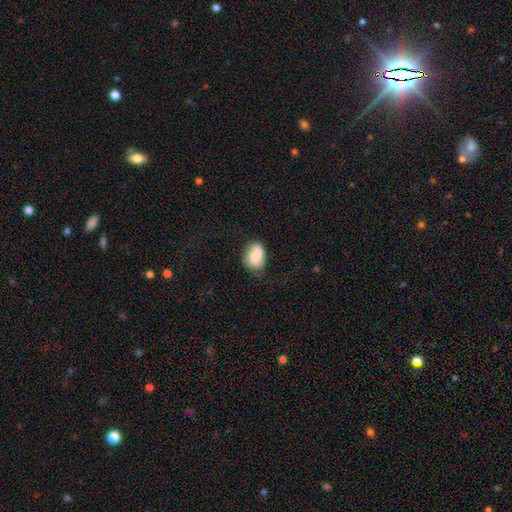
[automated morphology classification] Smooth or featured? Predicted: smooth (p=0.79). How rounded? Predicted: in between (p=0.72). Merging? Predicted: none (p=0.52).